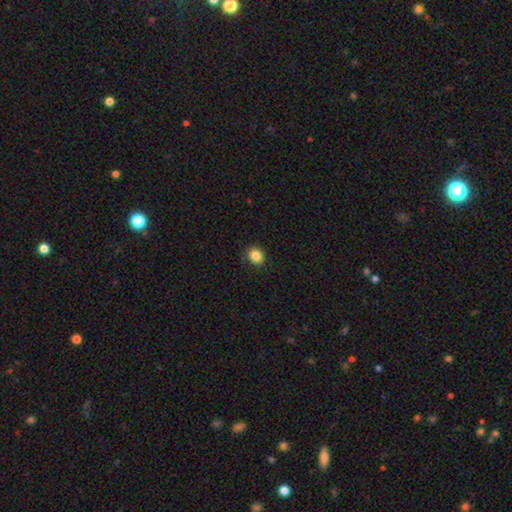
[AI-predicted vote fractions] Smooth or featured?
  - smooth: 86% *
  - star or artifact: 10%
  - featured or disk: 4%
How rounded?
  - round: 55% *
  - in between: 44%
  - cigar-shaped: 1%
Merging?
  - none: 89% *
  - minor disturbance: 8%
  - major disturbance: 2%
  - merger: 1%